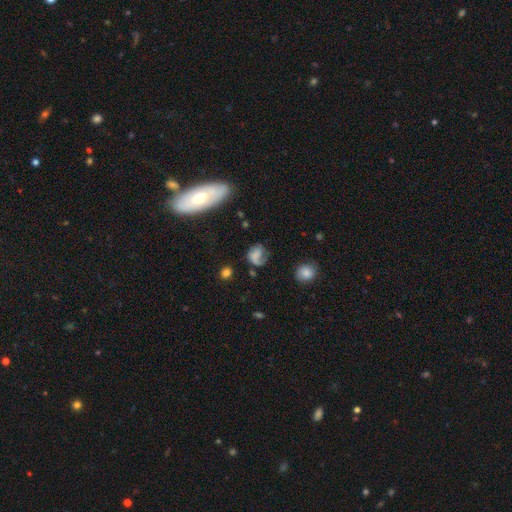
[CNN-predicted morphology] This is possibly a smooth galaxy (47%). Merging: marginally none (42%).